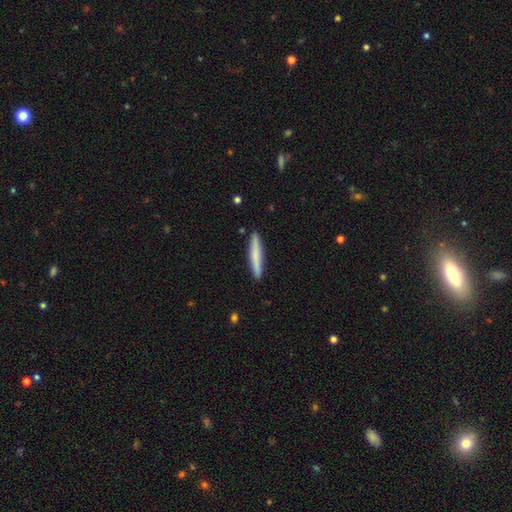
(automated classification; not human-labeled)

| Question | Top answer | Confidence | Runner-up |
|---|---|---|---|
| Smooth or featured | smooth | 72% | featured or disk (22%) |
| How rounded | cigar-shaped | 95% | in between (4%) |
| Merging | none | 91% | minor disturbance (7%) |